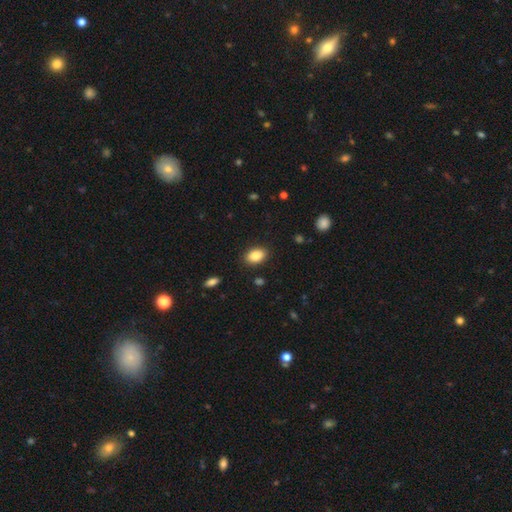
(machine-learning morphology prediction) Smooth or featured? Predicted: smooth (p=0.87). How rounded? Predicted: in between (p=0.87). Merging? Predicted: none (p=0.88).